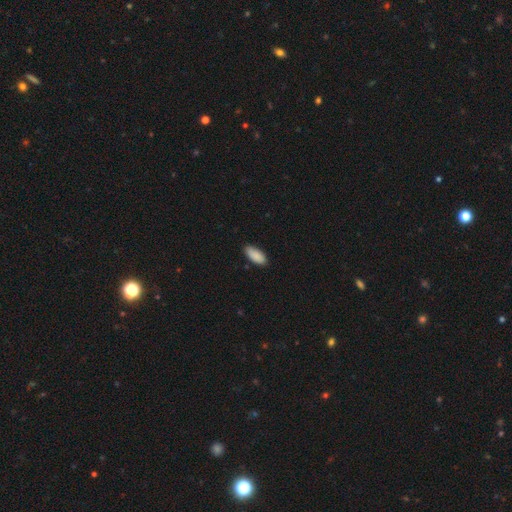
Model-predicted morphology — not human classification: smooth 90%, star or artifact 6%, featured or disk 4%. Down the decision tree: how rounded — in between (87%); merging — none (85%).